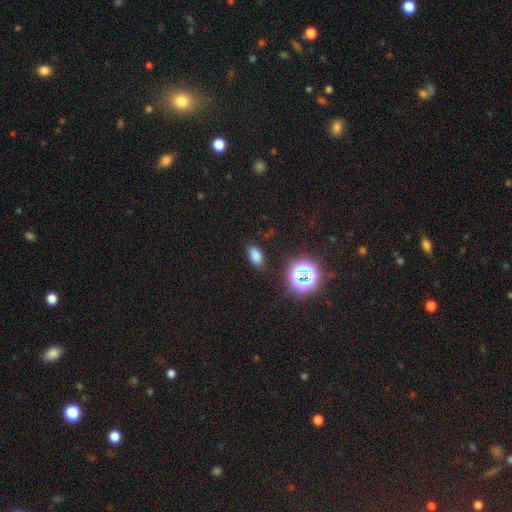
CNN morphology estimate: This appears to be a smooth galaxy with no disk features (74%) that is in between round and cigar-shaped (88%). Merging: none (84%).